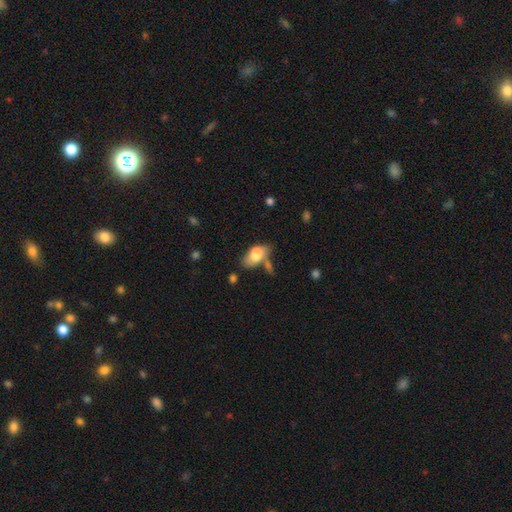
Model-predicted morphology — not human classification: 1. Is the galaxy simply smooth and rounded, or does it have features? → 71% smooth, 21% featured or disk, 8% star or artifact.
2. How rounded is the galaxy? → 91% in between, 5% round, 5% cigar-shaped.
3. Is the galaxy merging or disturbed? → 35% none, 27% merger, 23% minor disturbance, 15% major disturbance.